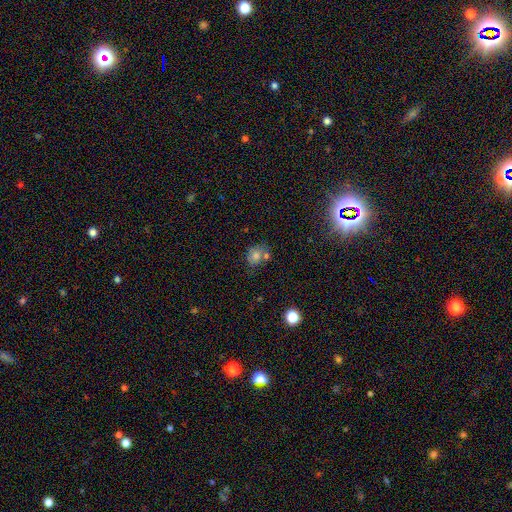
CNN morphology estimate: smooth_or_featured: smooth (p=0.74) [alt: featured or disk p=0.14]
how_rounded: round (p=0.62) [alt: in between p=0.37]
merging: none (p=0.50) [alt: merger p=0.26]